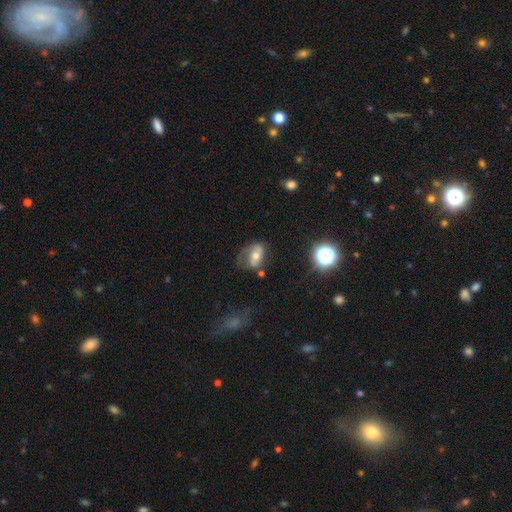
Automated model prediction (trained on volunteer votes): featured or disk 49%, smooth 39%, star or artifact 12%. Down the decision tree: merging — none (44%).